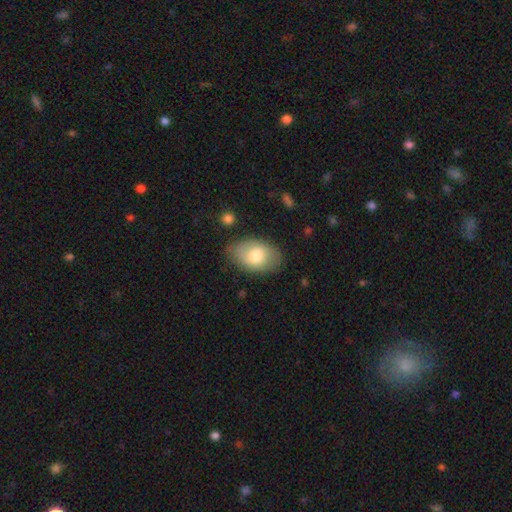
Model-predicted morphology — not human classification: This appears to be a smooth galaxy with no disk features (68%) that is in between round and cigar-shaped (88%). Merging: none (75%).